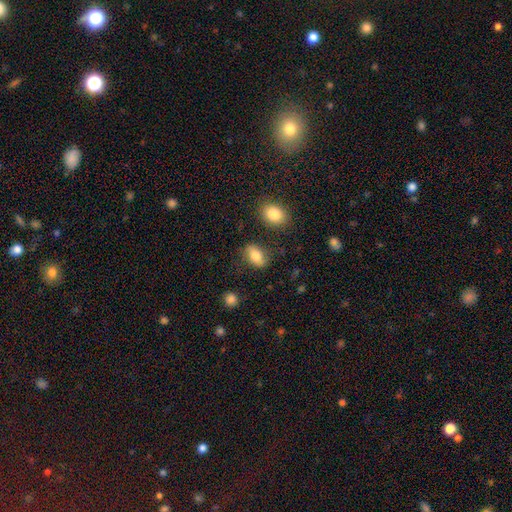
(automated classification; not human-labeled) A smooth galaxy with no disk features (76%) that is in between round and cigar-shaped (86%). Merging: none (73%).